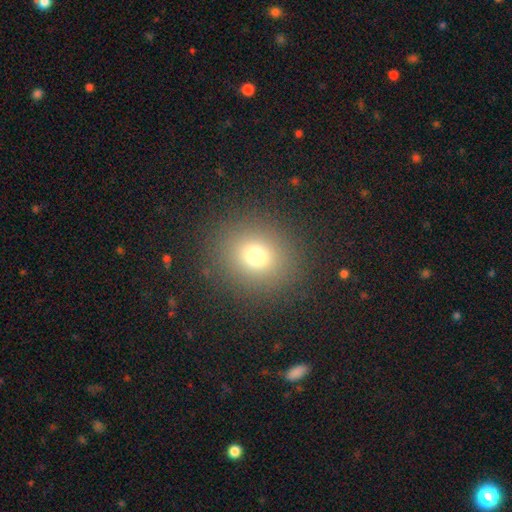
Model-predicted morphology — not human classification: type=smooth (73%); roundness=round (78%); merging=none (88%).